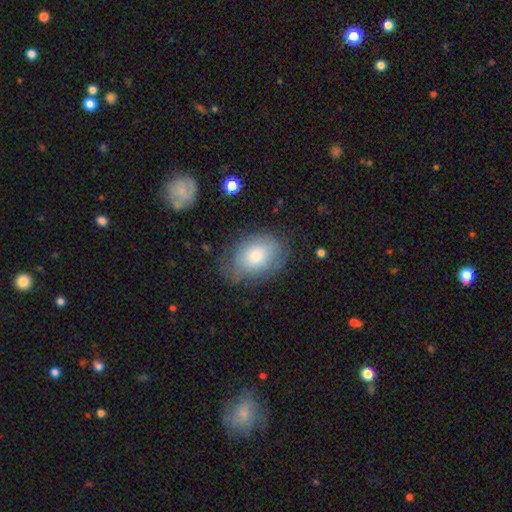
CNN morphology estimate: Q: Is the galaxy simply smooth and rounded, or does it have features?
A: smooth — 72%.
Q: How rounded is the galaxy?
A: in between — 76%.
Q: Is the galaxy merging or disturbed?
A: none — 67%.